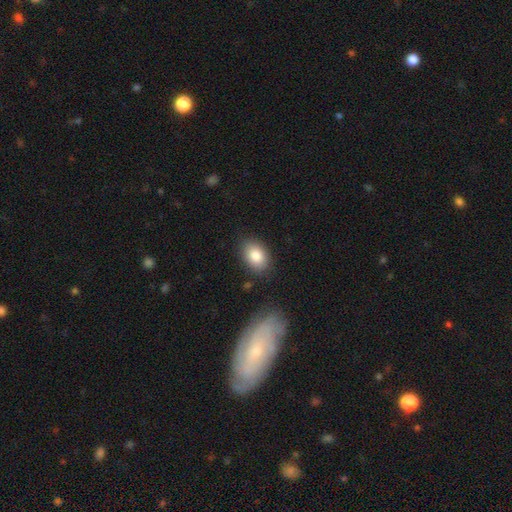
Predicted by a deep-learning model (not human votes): This appears to be a smooth galaxy with no disk features (84%) that is in between round and cigar-shaped (78%). Merging: none (83%).